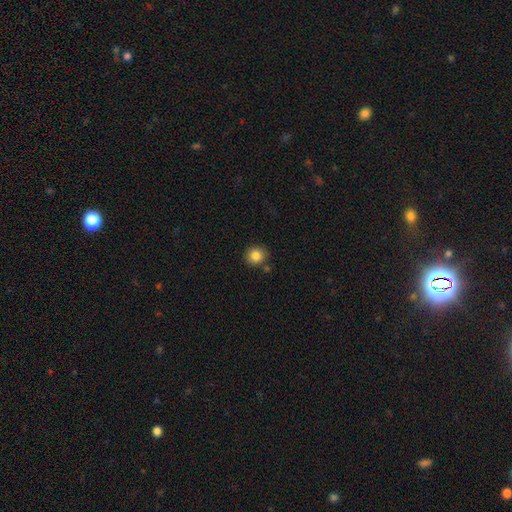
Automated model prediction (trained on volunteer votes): Smooth or featured: smooth — 85% (star or artifact — 10%)
How rounded: round — 88% (in between — 11%)
Merging: none — 83% (minor disturbance — 9%)